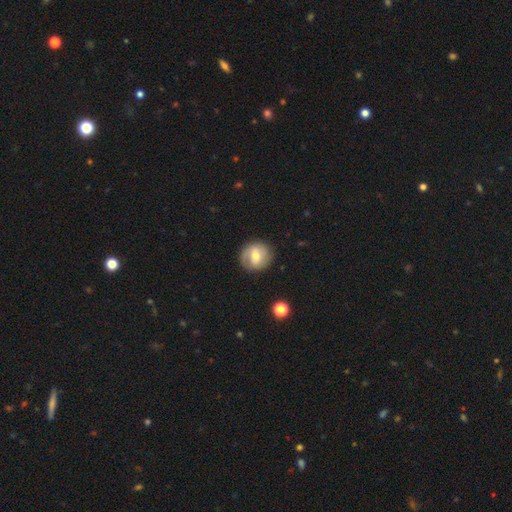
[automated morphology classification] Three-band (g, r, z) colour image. It shows a featured or disk galaxy (53%) with a weak bar (48%), spiral arms (71%) and a moderate central bulge (65%). Merging: none (83%).